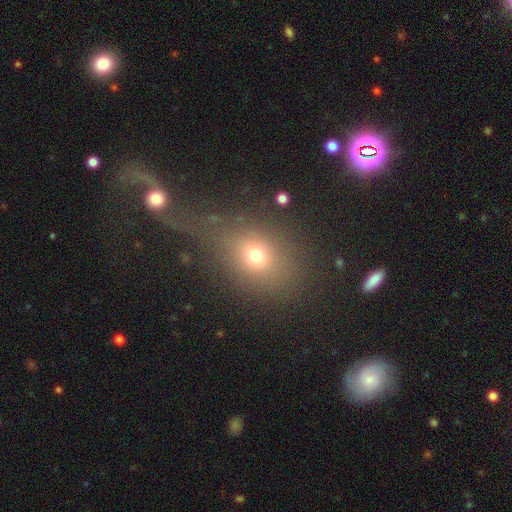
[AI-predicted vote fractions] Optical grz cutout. It shows a smooth galaxy with no disk features (70%) that is round (50%). Merging: none (66%).